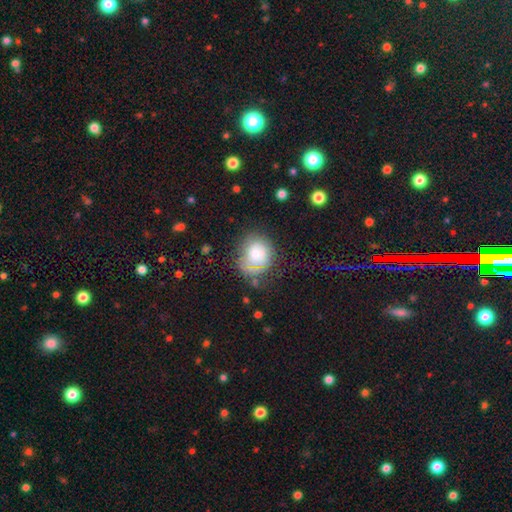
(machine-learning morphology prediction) Smooth or featured? smooth (62%)
How rounded? round (62%)
Merging? none (56%)